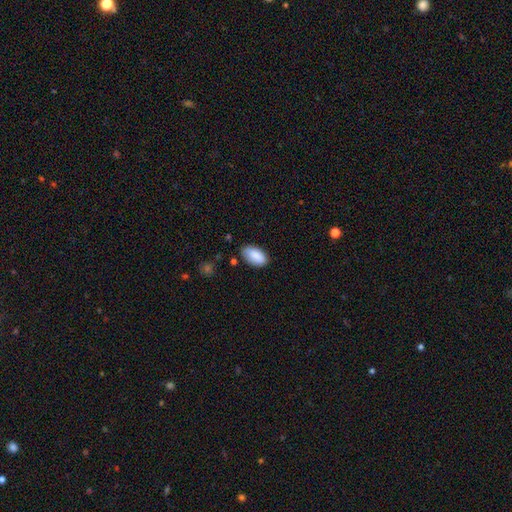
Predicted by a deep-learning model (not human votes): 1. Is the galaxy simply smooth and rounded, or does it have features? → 89% smooth, 7% star or artifact, 5% featured or disk.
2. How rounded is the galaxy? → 94% in between, 3% round, 2% cigar-shaped.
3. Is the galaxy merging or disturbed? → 76% none, 19% minor disturbance, 3% major disturbance, 2% merger.